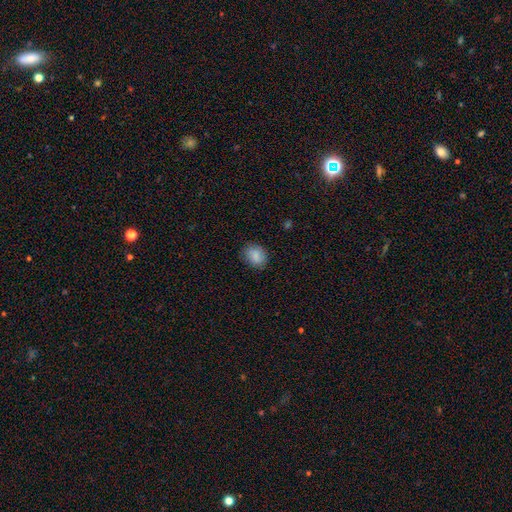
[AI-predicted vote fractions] The model was most divided on "how rounded": in between: 50%, round: 49%, cigar-shaped: 1%. More confident: smooth or featured — smooth (85%); merging — none (82%).